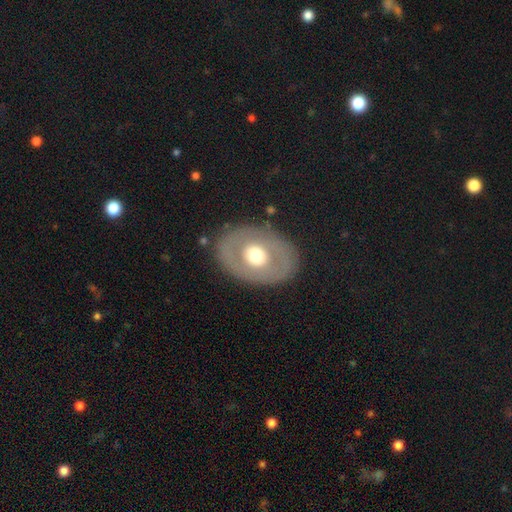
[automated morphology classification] smooth-or-featured: featured or disk: 49% | smooth: 46% | star or artifact: 5%
  merging: none: 82% | minor disturbance: 11% | major disturbance: 6% | merger: 1%